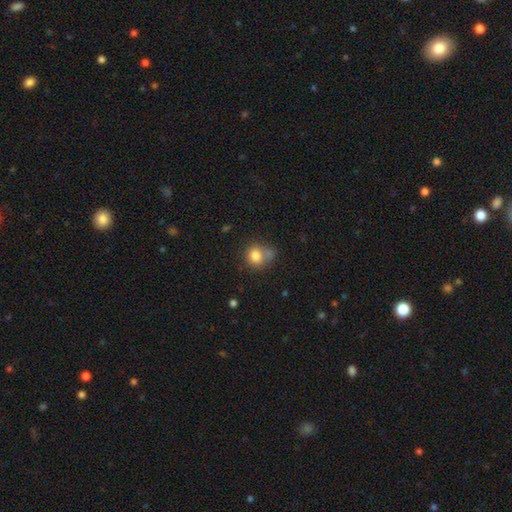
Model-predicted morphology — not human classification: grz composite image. It shows a smooth galaxy with no disk features (80%) that is round (78%). Merging: none (48%).